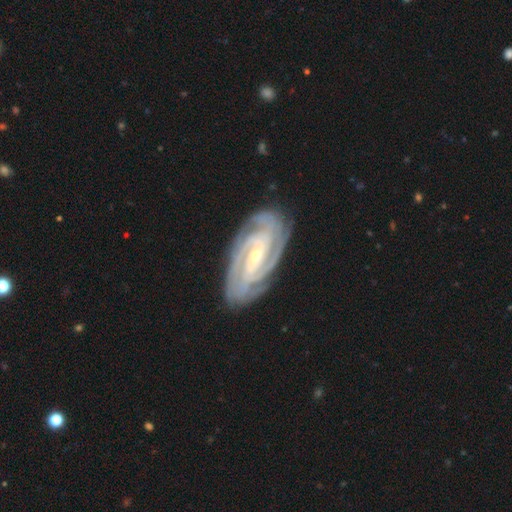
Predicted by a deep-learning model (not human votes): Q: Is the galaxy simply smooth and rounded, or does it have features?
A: featured or disk — 91%.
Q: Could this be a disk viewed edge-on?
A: no — 96%.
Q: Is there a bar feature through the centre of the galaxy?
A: weak — 37%.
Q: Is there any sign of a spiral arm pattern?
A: yes — 98%.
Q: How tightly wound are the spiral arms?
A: tight — 72%.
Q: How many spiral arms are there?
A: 3 — 30%.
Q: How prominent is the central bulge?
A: small — 70%.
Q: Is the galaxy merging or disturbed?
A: none — 83%.